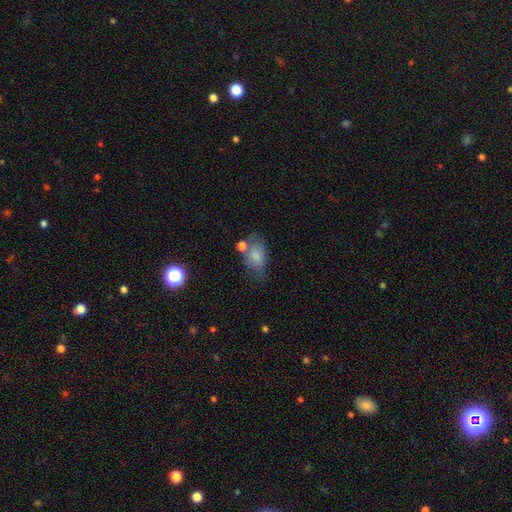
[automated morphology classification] smooth 76%, featured or disk 15%, star or artifact 9%. Down the decision tree: how rounded — in between (87%); merging — none (47%).